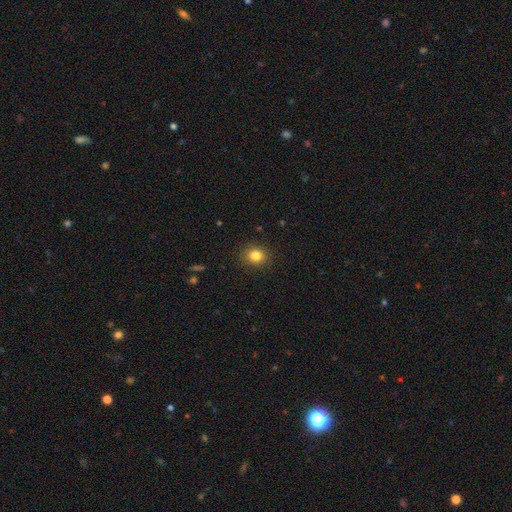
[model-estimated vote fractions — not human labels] Smooth or featured? smooth (82%)
How rounded? round (75%)
Merging? none (89%)